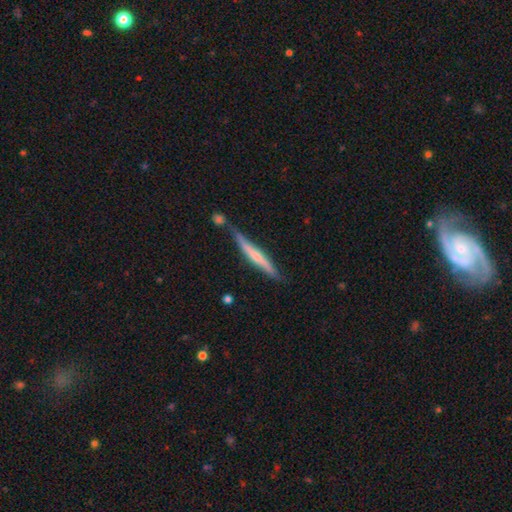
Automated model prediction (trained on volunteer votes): Morphology: type=featured or disk (59%); edge-on=yes (95%); edge-on bulge=rounded (57%); merging=none (61%).